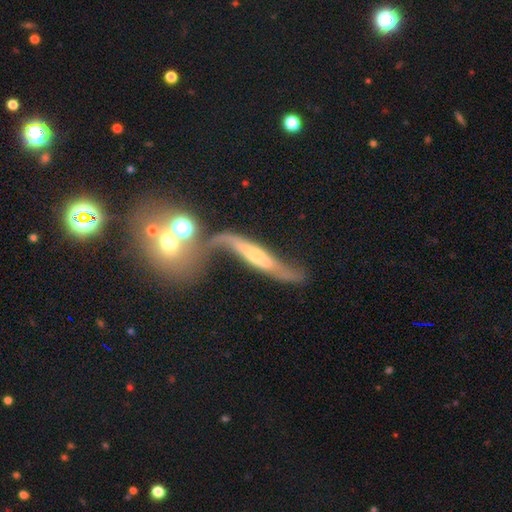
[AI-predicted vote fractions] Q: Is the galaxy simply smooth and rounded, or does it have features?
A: featured or disk — 56%.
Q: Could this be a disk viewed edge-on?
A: yes — 61%.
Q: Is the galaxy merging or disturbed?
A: merger — 40%.